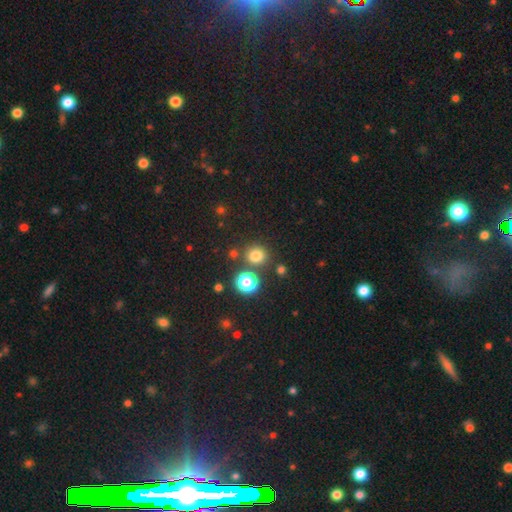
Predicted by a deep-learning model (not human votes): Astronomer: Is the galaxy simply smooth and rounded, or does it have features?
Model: smooth — 76%.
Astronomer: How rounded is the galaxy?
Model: round — 89%.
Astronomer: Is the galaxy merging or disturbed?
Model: none — 81%.